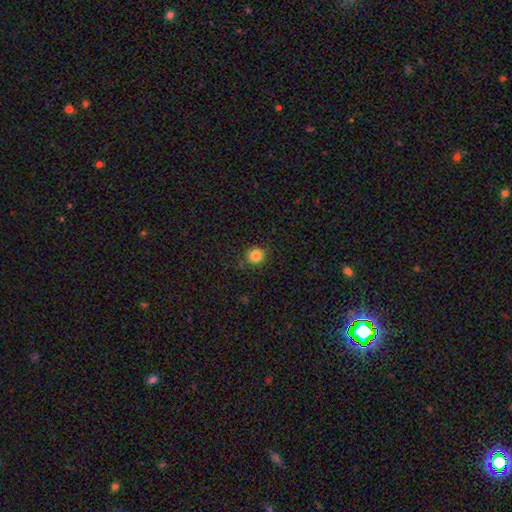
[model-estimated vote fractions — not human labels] The model was most divided on "smooth or featured": smooth: 84%, star or artifact: 11%, featured or disk: 5%. More confident: how rounded — round (92%); merging — none (86%).